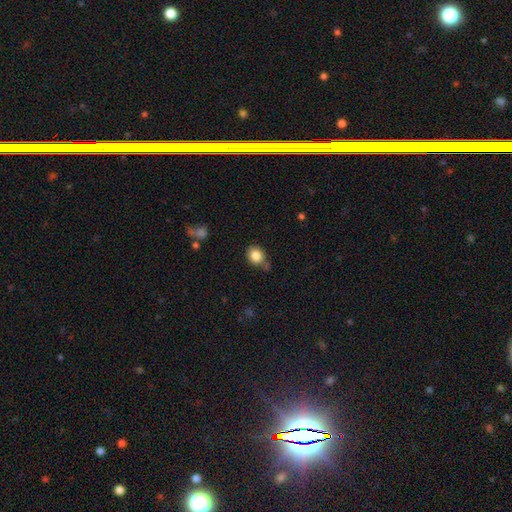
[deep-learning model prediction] Q: Smooth or featured?
A: smooth (84%); runner-up: star or artifact (10%)
Q: How rounded?
A: round (67%); runner-up: in between (32%)
Q: Merging?
A: none (71%); runner-up: minor disturbance (17%)